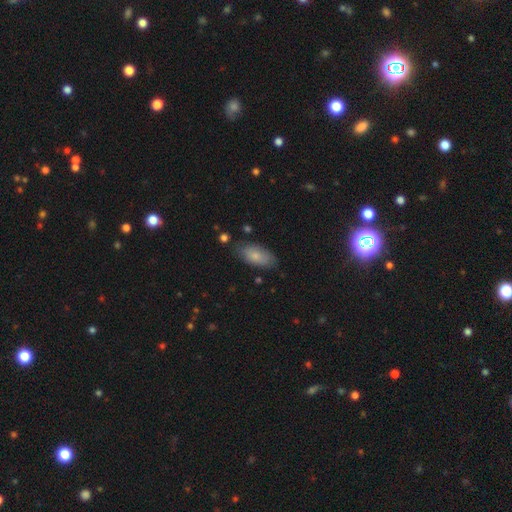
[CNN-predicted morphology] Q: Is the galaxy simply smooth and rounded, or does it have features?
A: smooth — 80%.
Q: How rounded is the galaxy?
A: in between — 91%.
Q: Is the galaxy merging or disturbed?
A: none — 75%.